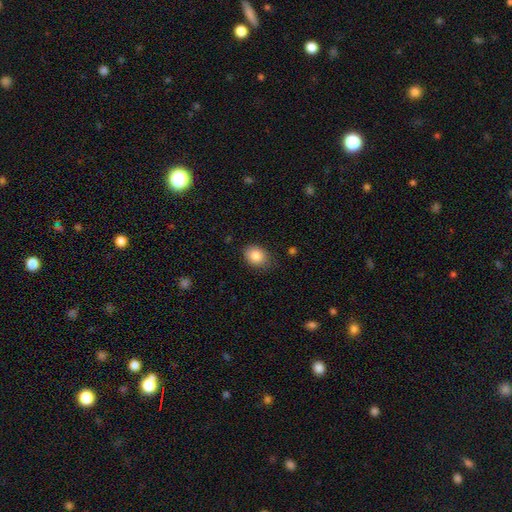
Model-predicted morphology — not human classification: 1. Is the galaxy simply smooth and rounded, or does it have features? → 86% smooth, 8% star or artifact, 6% featured or disk.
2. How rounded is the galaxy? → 62% in between, 38% round, 1% cigar-shaped.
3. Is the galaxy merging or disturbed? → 78% none, 17% minor disturbance, 3% major disturbance, 1% merger.